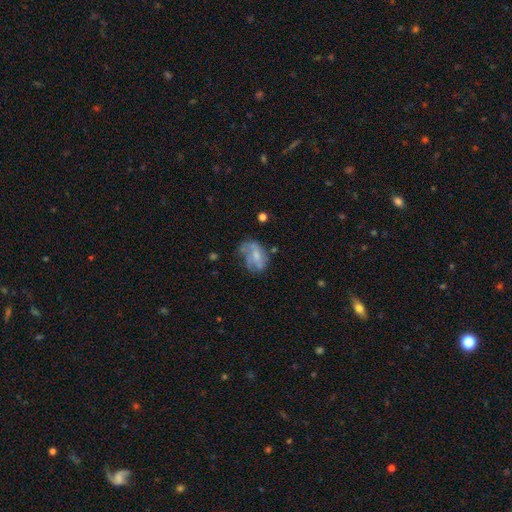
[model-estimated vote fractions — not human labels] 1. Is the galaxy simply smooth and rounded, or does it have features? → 49% featured or disk, 40% smooth, 10% star or artifact.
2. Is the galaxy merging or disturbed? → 36% none, 30% major disturbance, 27% minor disturbance, 7% merger.